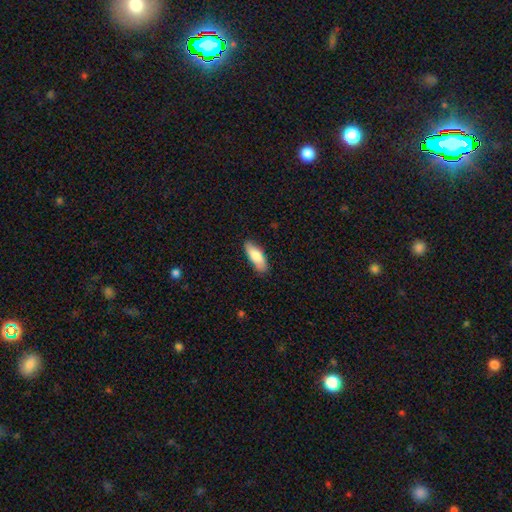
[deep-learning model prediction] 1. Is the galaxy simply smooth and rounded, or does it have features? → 84% smooth, 10% featured or disk, 6% star or artifact.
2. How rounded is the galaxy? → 71% in between, 28% cigar-shaped, 2% round.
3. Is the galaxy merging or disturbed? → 82% none, 15% minor disturbance, 3% major disturbance, 1% merger.